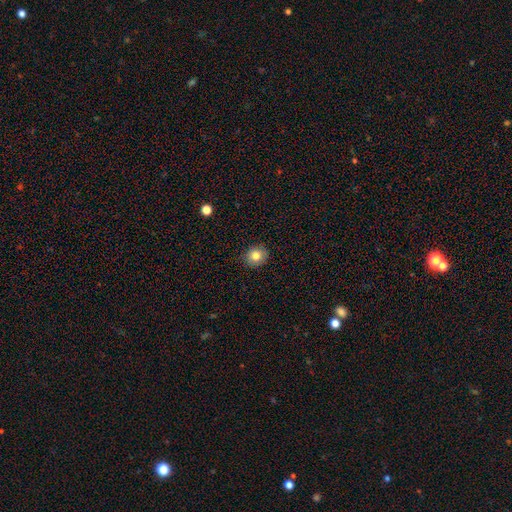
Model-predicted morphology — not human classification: smooth_or_featured: smooth (p=0.81) [alt: star or artifact p=0.10]
how_rounded: round (p=0.80) [alt: in between p=0.19]
merging: none (p=0.89) [alt: minor disturbance p=0.08]